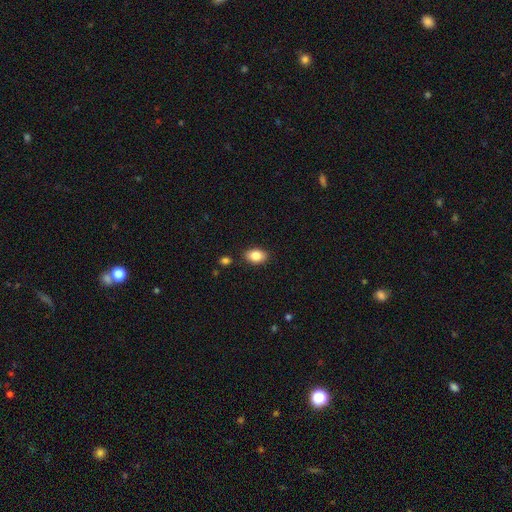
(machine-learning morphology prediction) This appears to be a smooth galaxy with no disk features (85%) that is in between round and cigar-shaped (84%). Merging: none (86%).